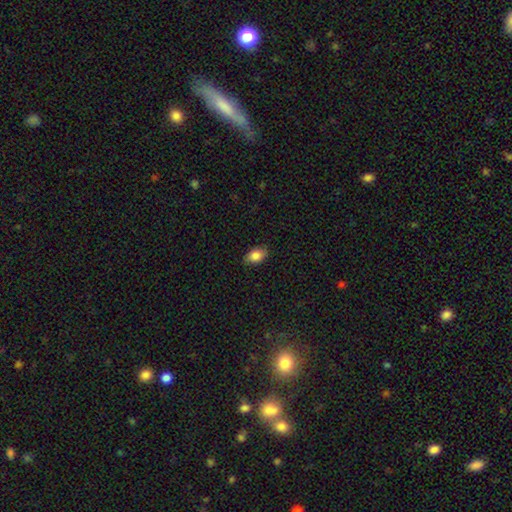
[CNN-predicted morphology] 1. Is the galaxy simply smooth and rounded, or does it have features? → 85% smooth, 8% star or artifact, 7% featured or disk.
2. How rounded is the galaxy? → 86% in between, 12% round, 2% cigar-shaped.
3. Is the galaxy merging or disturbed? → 84% none, 13% minor disturbance, 2% major disturbance, 1% merger.